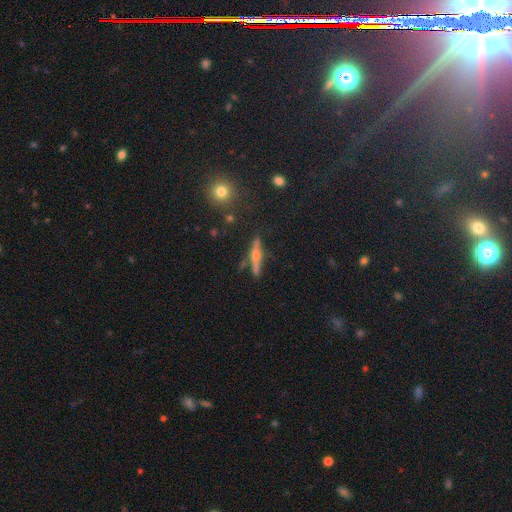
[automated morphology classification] This appears to be a featured or disk galaxy (59%) viewed edge-on (94%) with a rounded central bulge (85%). Merging: none (79%).